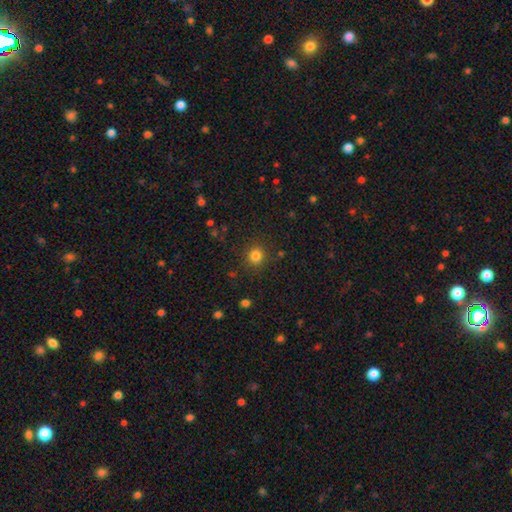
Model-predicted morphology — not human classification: smooth-or-featured: smooth: 82% | star or artifact: 13% | featured or disk: 5%
  how-rounded: round: 88% | in between: 11% | cigar-shaped: 1%
  merging: none: 87% | minor disturbance: 8% | major disturbance: 3% | merger: 2%